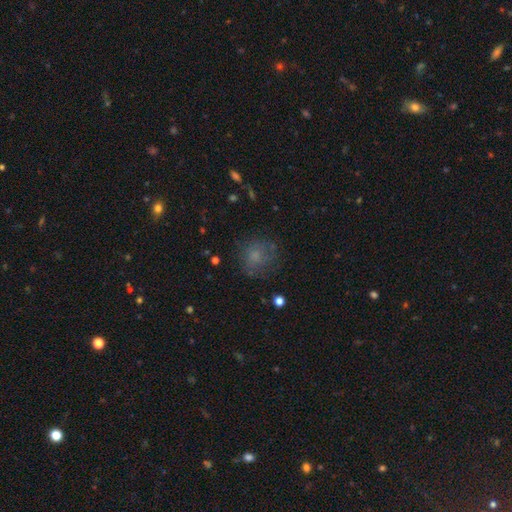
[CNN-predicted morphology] Smooth or featured: smooth — 71% (featured or disk — 15%)
How rounded: round — 83% (in between — 16%)
Merging: none — 67% (minor disturbance — 19%)